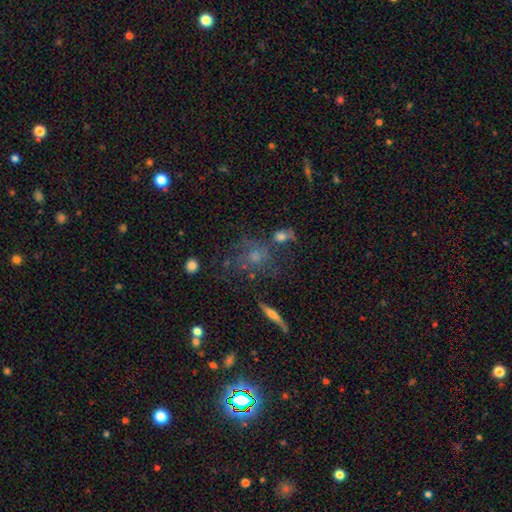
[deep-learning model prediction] This appears to be a smooth galaxy with no disk features (45%). Merging: none (51%).